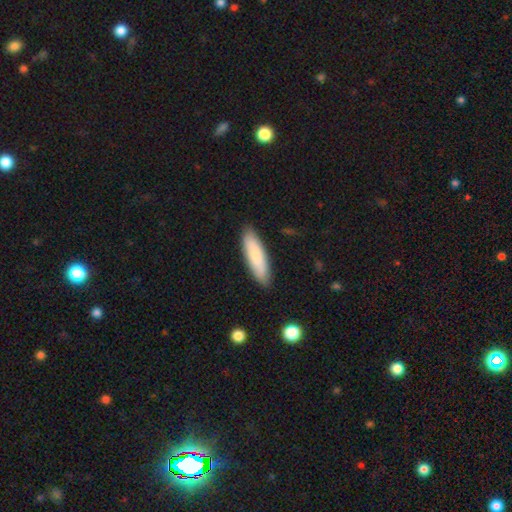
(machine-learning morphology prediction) A smooth galaxy with no disk features (84%) that is cigar-shaped (65%). Merging: none (88%).